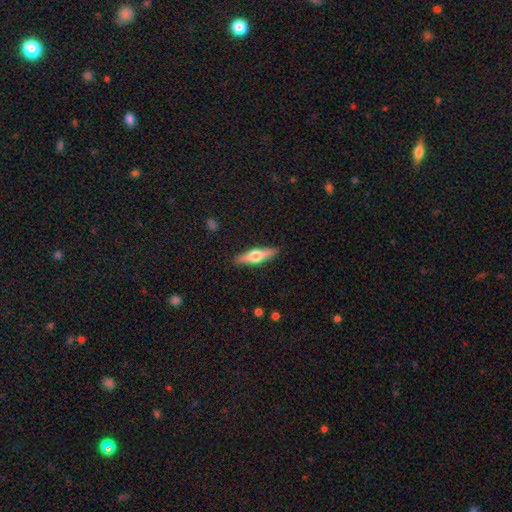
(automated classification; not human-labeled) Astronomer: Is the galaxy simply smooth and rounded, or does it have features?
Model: featured or disk — 54% (runner-up: smooth, 41%).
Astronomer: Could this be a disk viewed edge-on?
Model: yes — 94%.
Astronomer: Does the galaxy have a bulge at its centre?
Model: rounded — 94%.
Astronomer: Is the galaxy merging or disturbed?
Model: none — 89%.